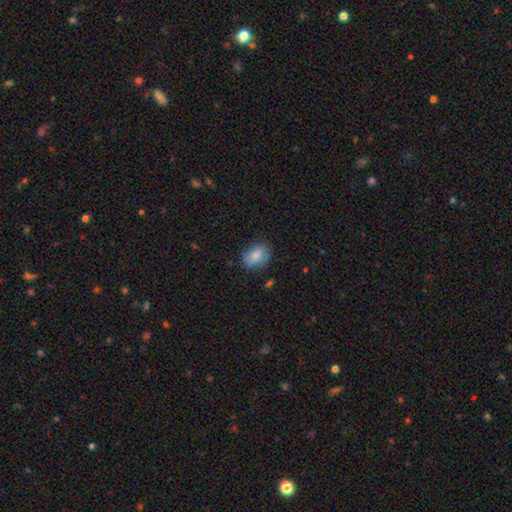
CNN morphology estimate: A smooth galaxy with no disk features (84%) that is in between round and cigar-shaped (72%).

Vote fractions:
- Smooth or featured? smooth: 84% / featured or disk: 9% / star or artifact: 7%
- How rounded? in between: 72% / round: 27% / cigar-shaped: 1%
- Merging? none: 79% / minor disturbance: 16% / major disturbance: 4% / merger: 1%